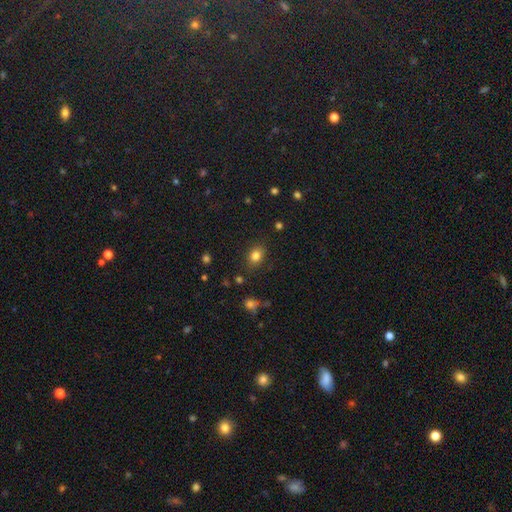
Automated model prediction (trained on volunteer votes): The model was most divided on "how rounded": in between: 60%, round: 39%, cigar-shaped: 1%. More confident: merging — none (84%); smooth or featured — smooth (81%).